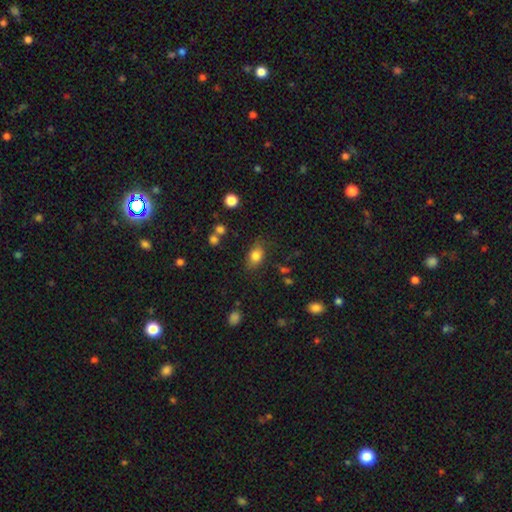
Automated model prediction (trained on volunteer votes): The model was most divided on "merging": none: 72%, minor disturbance: 20%, major disturbance: 6%, merger: 3%. More confident: smooth or featured — smooth (80%); how rounded — in between (77%).